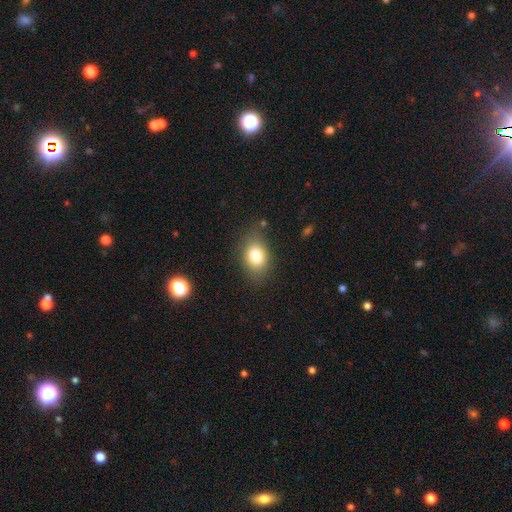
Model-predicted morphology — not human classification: type=smooth (80%); roundness=in between (72%); merging=none (78%).